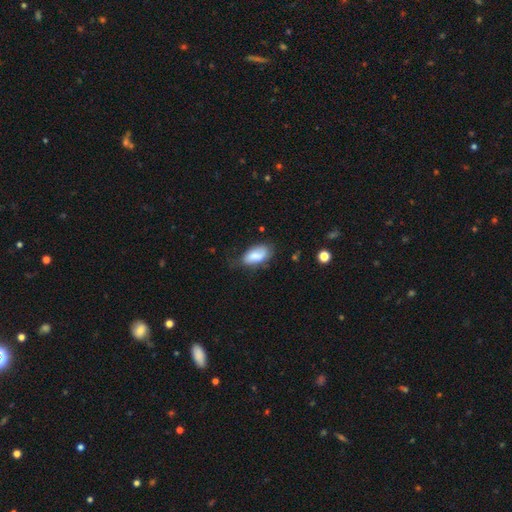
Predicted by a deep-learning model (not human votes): Smooth or featured: smooth — 79% (featured or disk — 14%)
How rounded: in between — 91% (cigar-shaped — 6%)
Merging: none — 56% (minor disturbance — 32%)